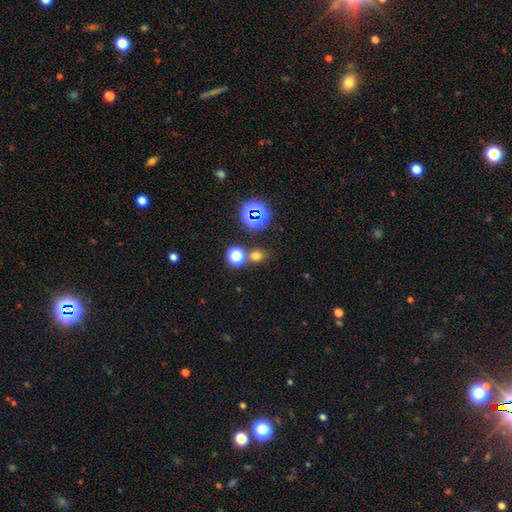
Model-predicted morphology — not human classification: Overall: smooth (64%; star or artifact 29%). How rounded: round (72%). Merging: none (74%).